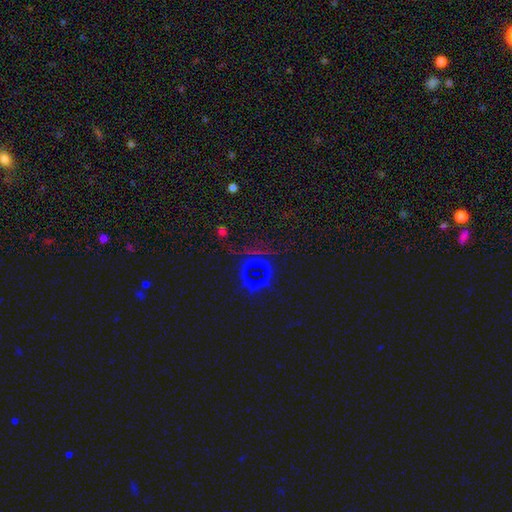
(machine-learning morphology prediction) Q: Smooth or featured?
A: star or artifact (79%); runner-up: smooth (13%)